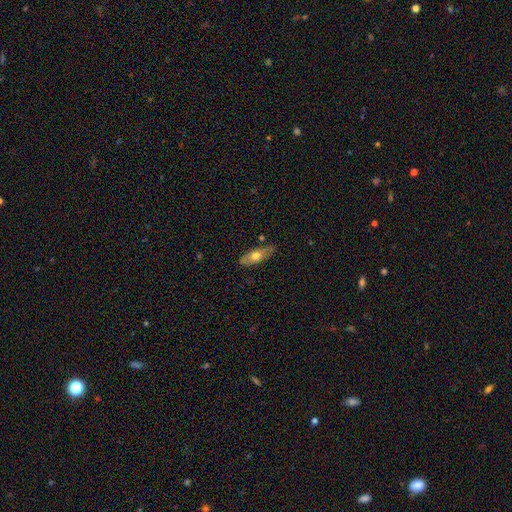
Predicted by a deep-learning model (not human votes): Morphology: type=smooth (57%); roundness=in between (70%); merging=none (78%).